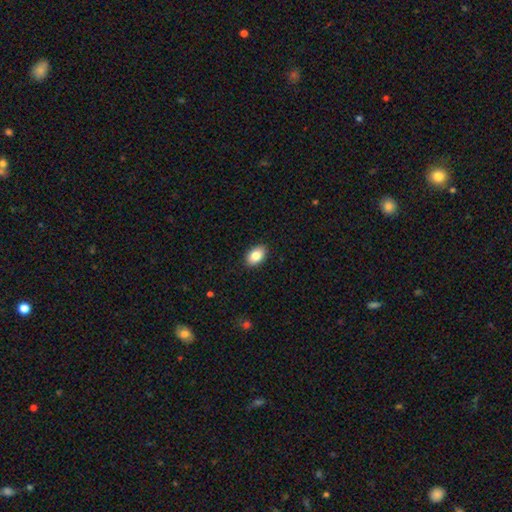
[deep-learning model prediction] smooth-or-featured: smooth: 86% | star or artifact: 8% | featured or disk: 7%
  how-rounded: in between: 89% | round: 10% | cigar-shaped: 1%
  merging: none: 89% | minor disturbance: 8% | major disturbance: 2% | merger: 1%